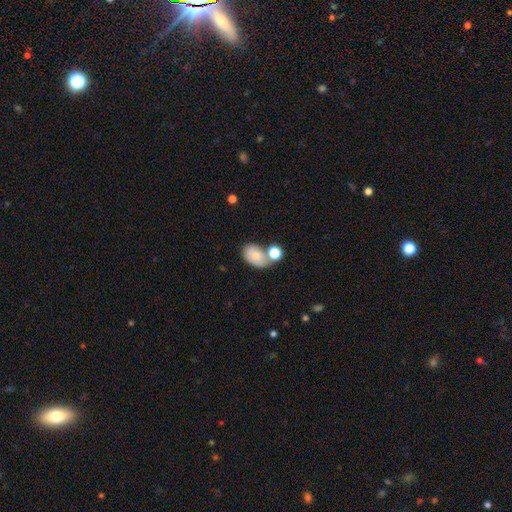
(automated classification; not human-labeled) Overall: smooth (77%). How rounded: in between (85%). Merging: none (44%; merger 32%).